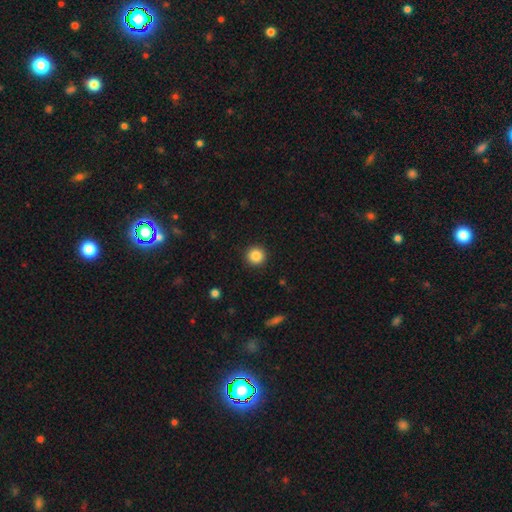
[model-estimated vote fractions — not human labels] Morphology: type=smooth (86%); roundness=round (95%); merging=none (92%).